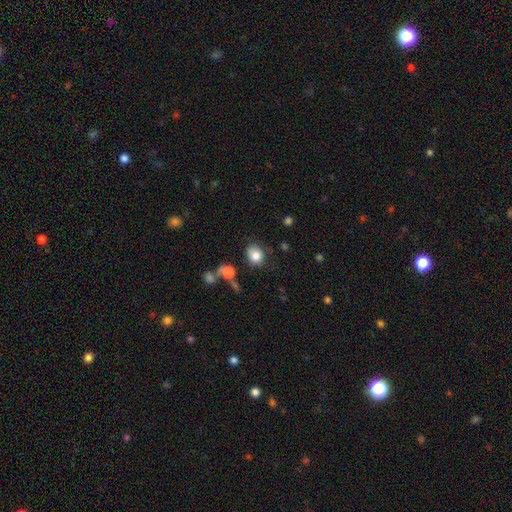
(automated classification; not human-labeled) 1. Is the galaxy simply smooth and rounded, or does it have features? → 82% smooth, 10% star or artifact, 8% featured or disk.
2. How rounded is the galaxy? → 61% round, 38% in between, 1% cigar-shaped.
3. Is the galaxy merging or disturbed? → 67% none, 20% minor disturbance, 7% major disturbance, 6% merger.